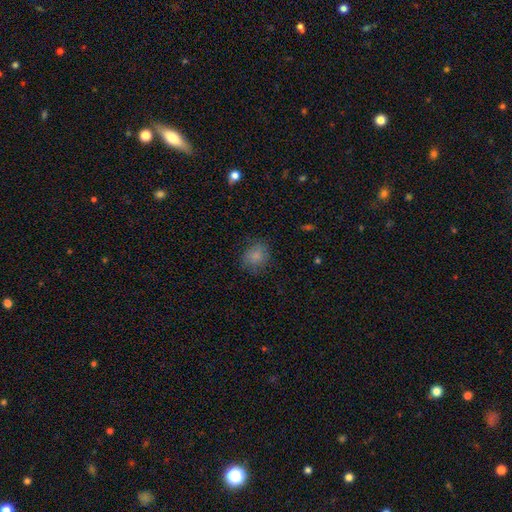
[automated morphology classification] The model was most divided on "how rounded": round: 74%, in between: 25%, cigar-shaped: 1%. More confident: smooth or featured — smooth (81%); merging — none (75%).